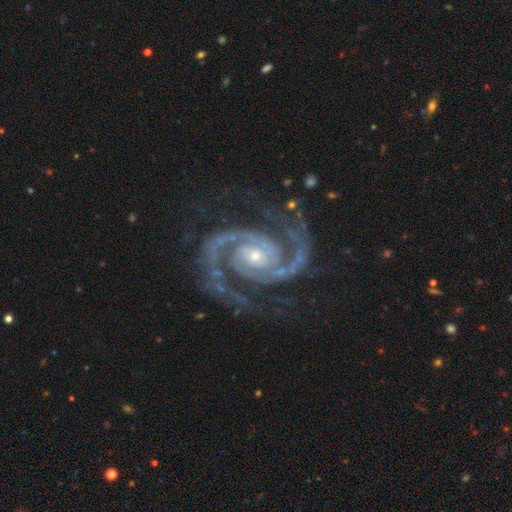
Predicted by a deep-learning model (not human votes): featured or disk 94%, star or artifact 4%, smooth 2%. Down the decision tree: edge-on disk — no (98%); bar — no (62%); spiral arms — yes (99%); spiral arm count — 2 (90%); spiral winding — medium (48%); bulge size — small (57%); merging — none (76%).